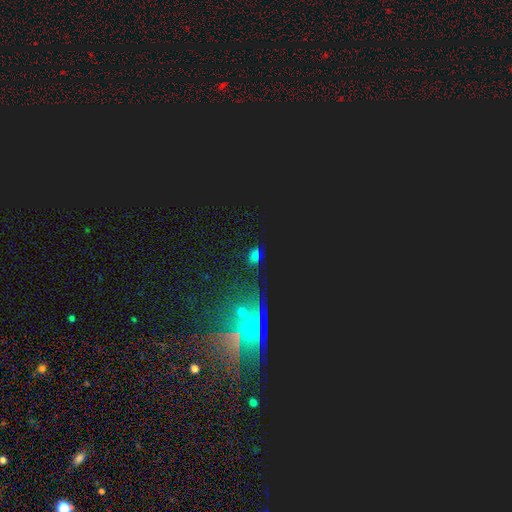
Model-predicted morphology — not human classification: smooth-or-featured: star or artifact: 51% | smooth: 37% | featured or disk: 12%